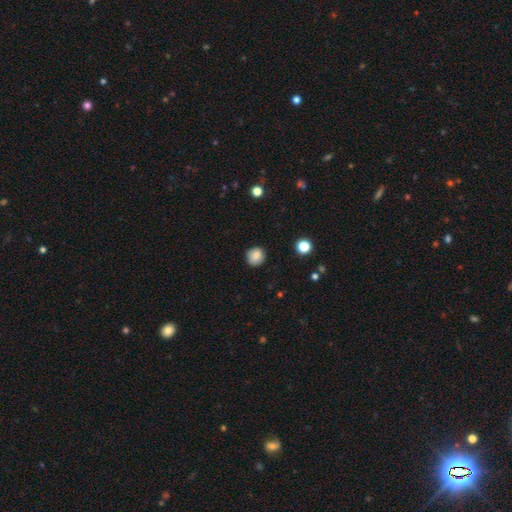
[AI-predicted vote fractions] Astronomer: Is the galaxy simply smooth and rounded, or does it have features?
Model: smooth — 86%.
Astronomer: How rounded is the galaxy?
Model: round — 89%.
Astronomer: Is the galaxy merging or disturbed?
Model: none — 89%.